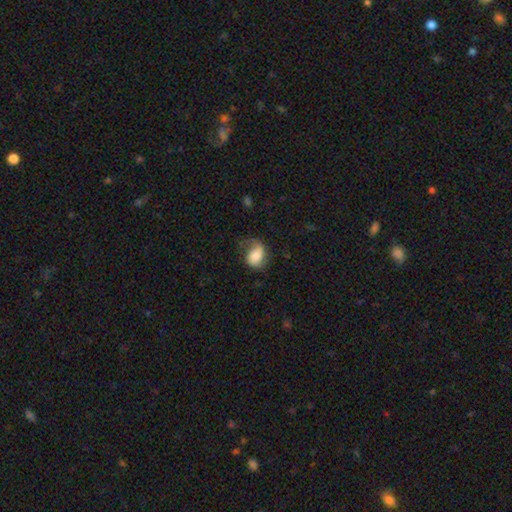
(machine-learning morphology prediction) smooth 61%, featured or disk 31%, star or artifact 8%. Down the decision tree: how rounded — in between (67%); merging — none (40%).